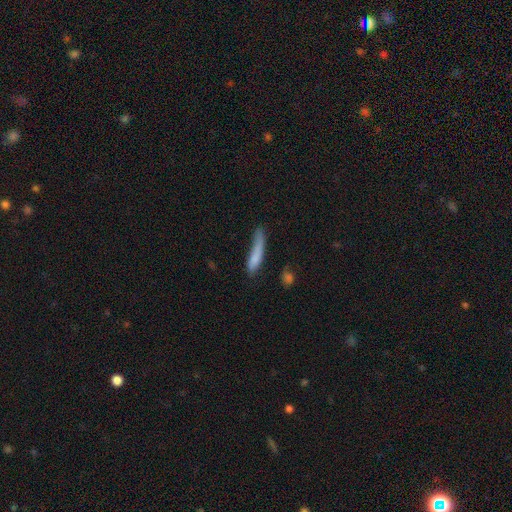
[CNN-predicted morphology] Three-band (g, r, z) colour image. It shows a smooth galaxy with no disk features (76%) that is cigar-shaped (87%). Merging: none (45%).